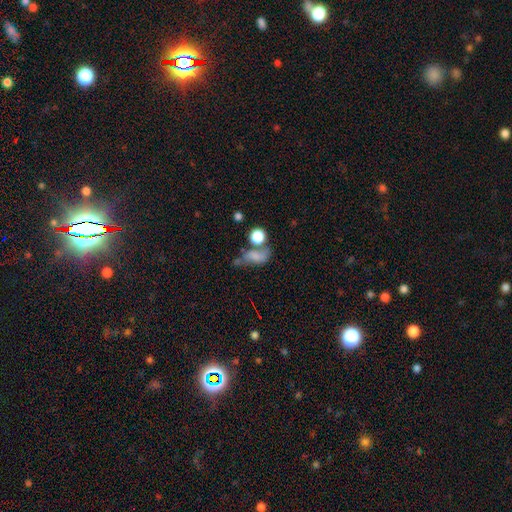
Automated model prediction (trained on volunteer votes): Smooth or featured?
  - smooth: 62% *
  - featured or disk: 24%
  - star or artifact: 14%
How rounded?
  - in between: 62% *
  - round: 27%
  - cigar-shaped: 10%
Merging?
  - none: 33% *
  - merger: 29%
  - major disturbance: 19%
  - minor disturbance: 19%